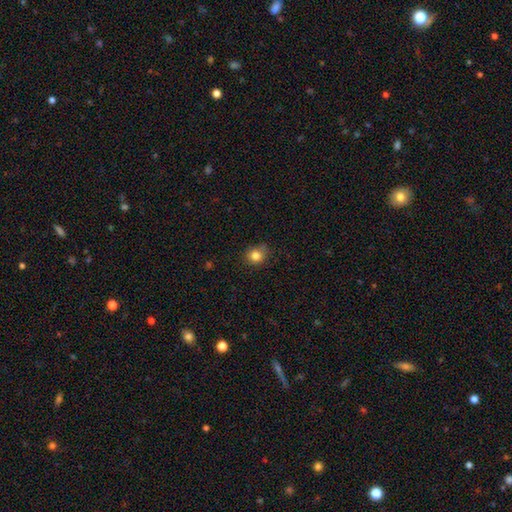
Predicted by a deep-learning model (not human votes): smooth-or-featured: smooth: 83% | star or artifact: 12% | featured or disk: 6%
  how-rounded: round: 84% | in between: 15% | cigar-shaped: 1%
  merging: none: 76% | minor disturbance: 17% | major disturbance: 3% | merger: 3%